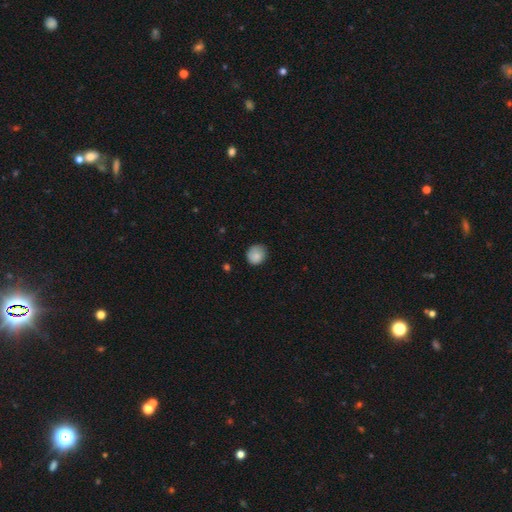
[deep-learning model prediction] The model was most divided on "merging": none: 72%, minor disturbance: 22%, major disturbance: 4%, merger: 1%. More confident: smooth or featured — smooth (83%); how rounded — round (77%).